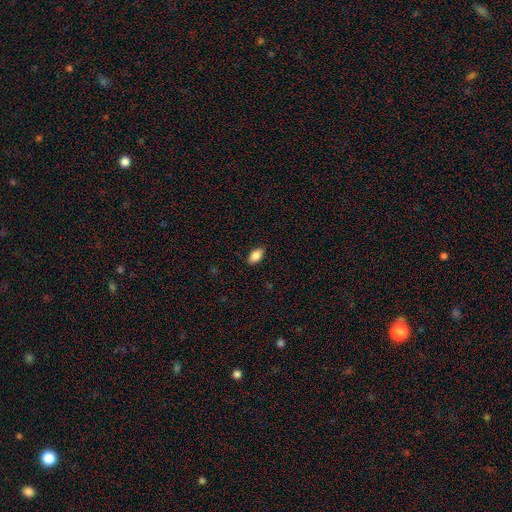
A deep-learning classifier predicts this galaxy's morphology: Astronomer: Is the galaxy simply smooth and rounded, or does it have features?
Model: smooth — 87%.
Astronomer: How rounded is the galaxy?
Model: in between — 92%.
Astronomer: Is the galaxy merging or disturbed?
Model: none — 86%.